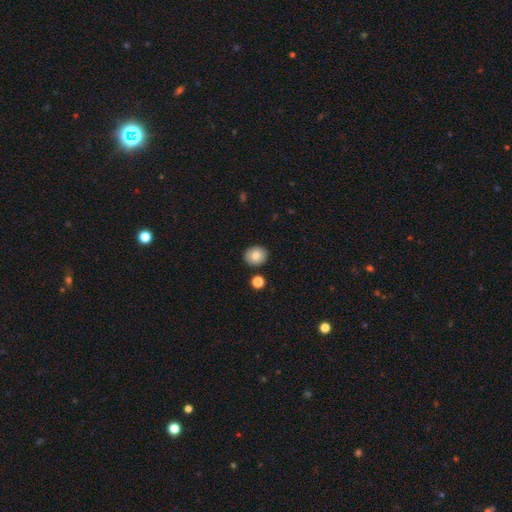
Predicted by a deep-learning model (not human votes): smooth-or-featured: smooth: 83% | featured or disk: 9% | star or artifact: 9%
  how-rounded: round: 71% | in between: 28% | cigar-shaped: 1%
  merging: none: 88% | minor disturbance: 7% | merger: 3% | major disturbance: 2%